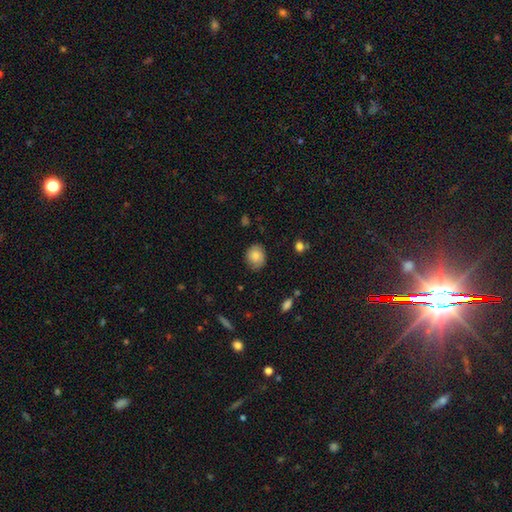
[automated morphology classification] smooth_or_featured: smooth (p=0.82) [alt: featured or disk p=0.10]
how_rounded: round (p=0.67) [alt: in between p=0.32]
merging: none (p=0.80) [alt: minor disturbance p=0.15]